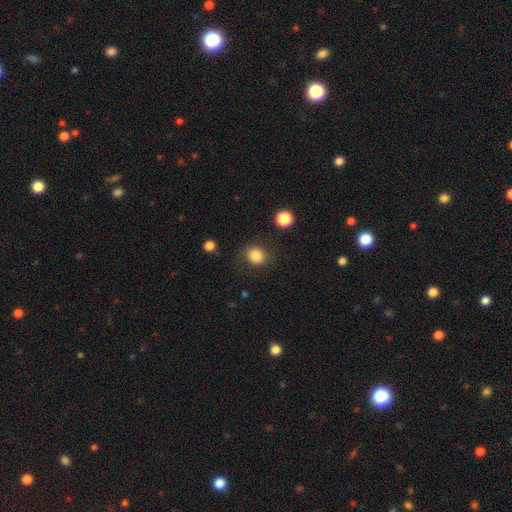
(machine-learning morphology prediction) Smooth or featured?
  - smooth: 84% *
  - star or artifact: 10%
  - featured or disk: 6%
How rounded?
  - round: 77% *
  - in between: 22%
  - cigar-shaped: 1%
Merging?
  - none: 80% *
  - minor disturbance: 12%
  - major disturbance: 5%
  - merger: 2%